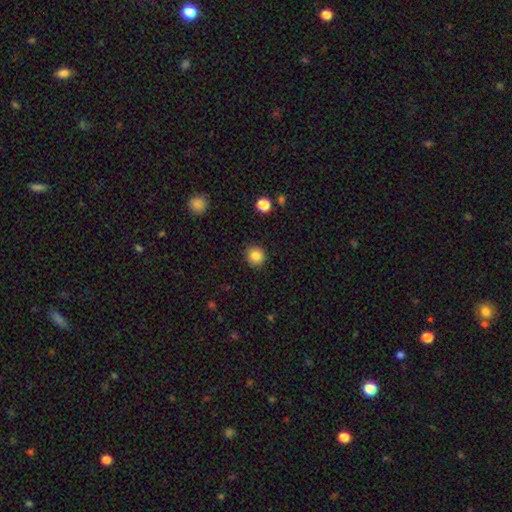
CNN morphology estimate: Overall: smooth (85%). How rounded: round (90%). Merging: none (91%).